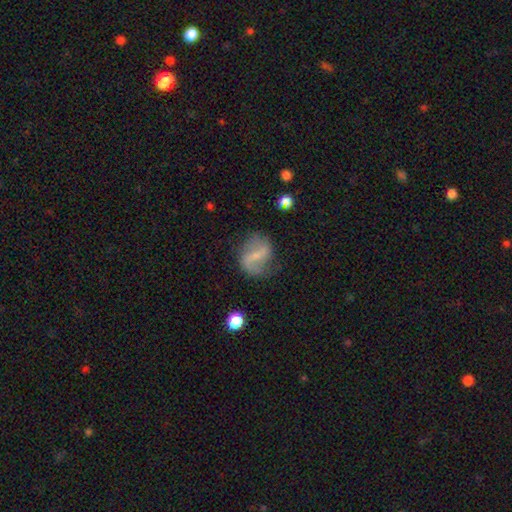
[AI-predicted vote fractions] This is likely a featured or disk galaxy (66%). It is clearly not viewed edge-on (96%). Bar: marginally strong (44%). Spiral arm pattern: clearly yes (80%). Spiral arm count: clearly 2 (83%). Spiral winding: possibly loose (56%). Central bulge: possibly small (57%). Merging: likely none (67%).